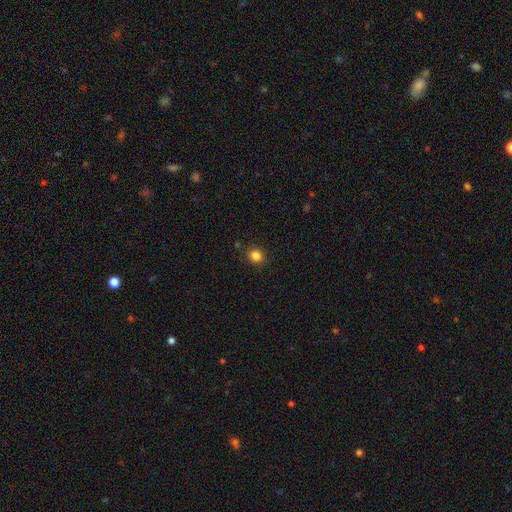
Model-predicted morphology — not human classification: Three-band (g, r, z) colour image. It shows a smooth galaxy with no disk features (83%) that is round (84%). Merging: none (88%).